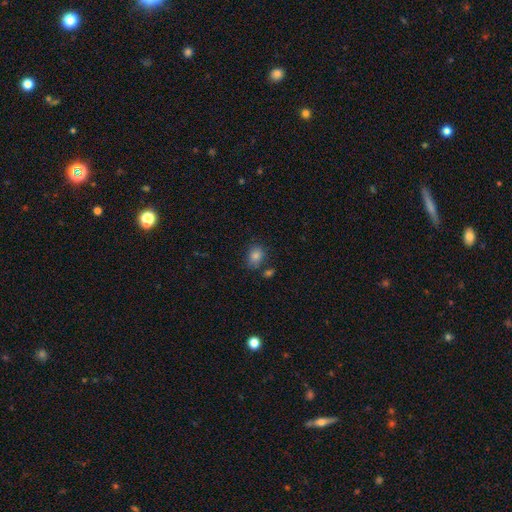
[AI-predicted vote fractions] Smooth or featured? Predicted: smooth (p=0.82). How rounded? Predicted: in between (p=0.60). Merging? Predicted: none (p=0.72).